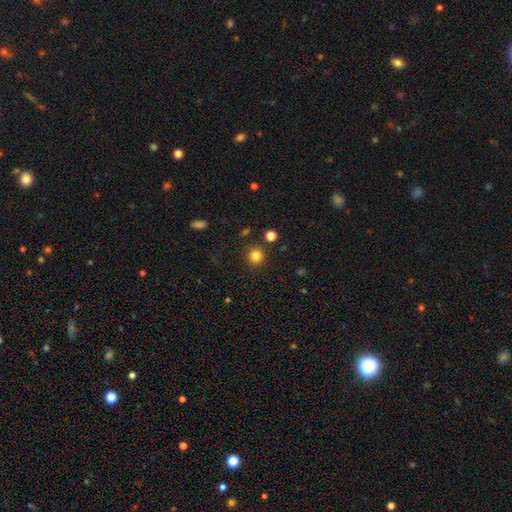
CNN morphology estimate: A smooth galaxy with no disk features (82%) that is round (92%).

Vote fractions:
- Smooth or featured? smooth: 82% / star or artifact: 13% / featured or disk: 5%
- How rounded? round: 92% / in between: 7% / cigar-shaped: 1%
- Merging? none: 86% / minor disturbance: 7% / merger: 4% / major disturbance: 3%